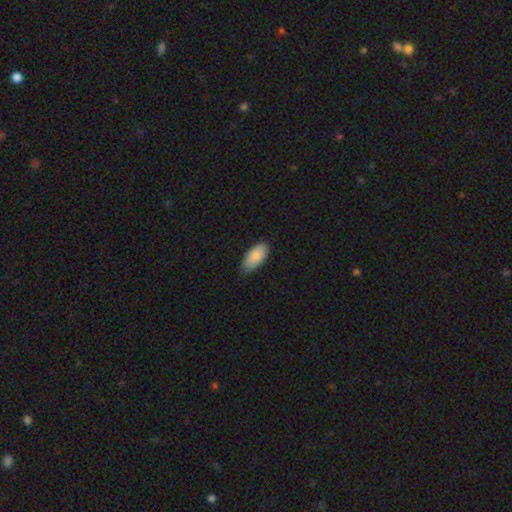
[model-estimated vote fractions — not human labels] smooth_or_featured: smooth (p=0.87) [alt: featured or disk p=0.07]
how_rounded: in between (p=0.93) [alt: cigar-shaped p=0.05]
merging: none (p=0.72) [alt: minor disturbance p=0.25]